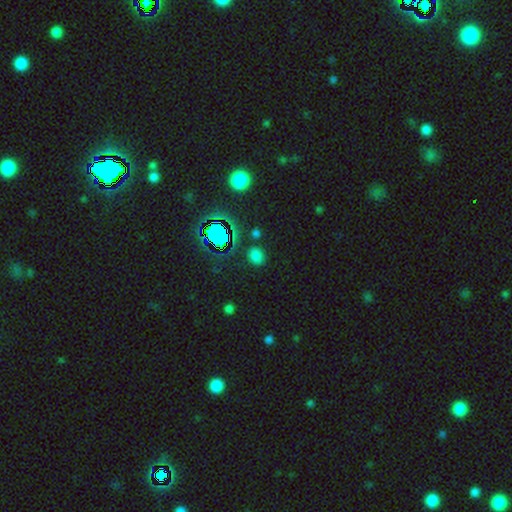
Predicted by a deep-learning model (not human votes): Smooth or featured: smooth — 66% (star or artifact — 28%)
How rounded: round — 73% (in between — 25%)
Merging: none — 85% (minor disturbance — 9%)